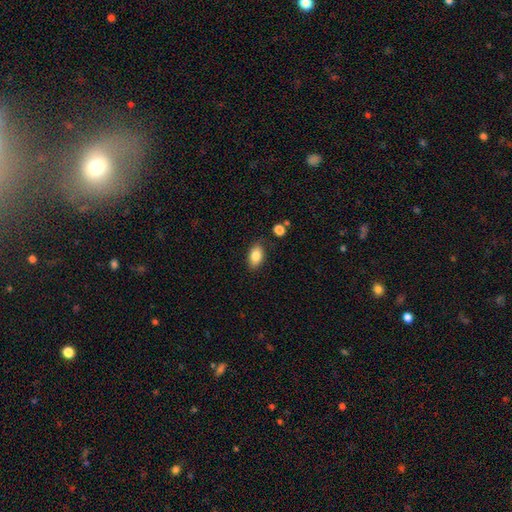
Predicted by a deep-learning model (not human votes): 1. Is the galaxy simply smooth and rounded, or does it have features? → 84% smooth, 8% featured or disk, 8% star or artifact.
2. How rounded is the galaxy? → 91% in between, 7% round, 2% cigar-shaped.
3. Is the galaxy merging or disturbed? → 81% none, 14% minor disturbance, 3% major disturbance, 3% merger.